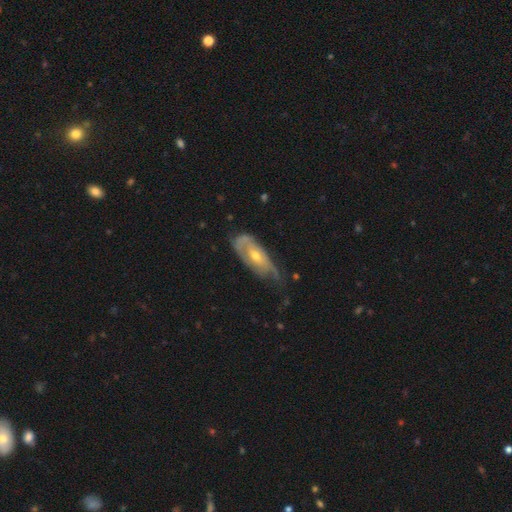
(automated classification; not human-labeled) Smooth or featured: featured or disk — 65% (smooth — 29%)
Edge-on disk: no — 85% (yes — 15%)
Bar: no — 67% (weak — 25%)
Spiral arms: yes — 70% (no — 30%)
Bulge size: moderate — 52% (small — 44%)
Merging: minor disturbance — 36% (tied with none — 36%)